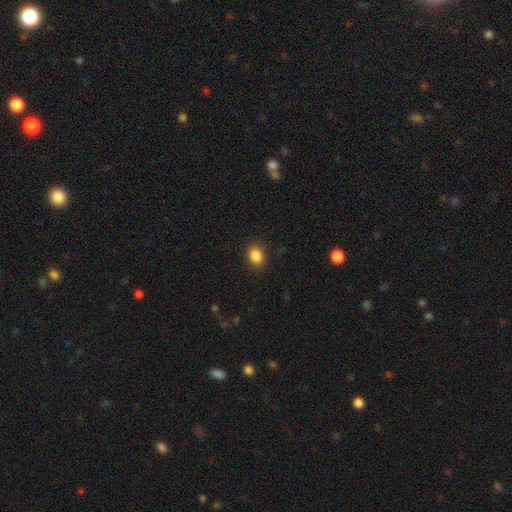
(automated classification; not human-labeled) smooth_or_featured: smooth (p=0.87) [alt: star or artifact p=0.09]
how_rounded: in between (p=0.63) [alt: round p=0.36]
merging: none (p=0.87) [alt: minor disturbance p=0.09]